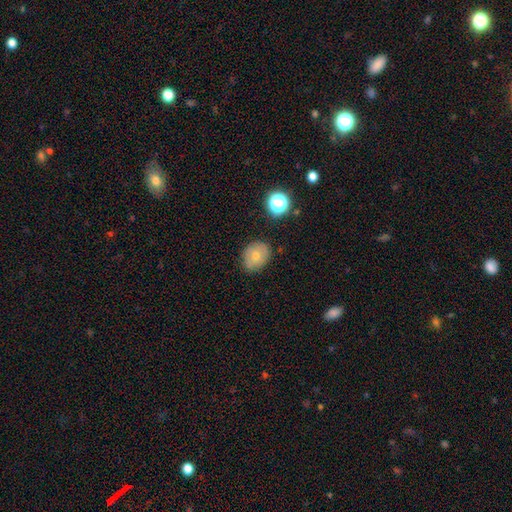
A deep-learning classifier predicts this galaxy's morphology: type=smooth (67%); roundness=round (61%); merging=none (79%).